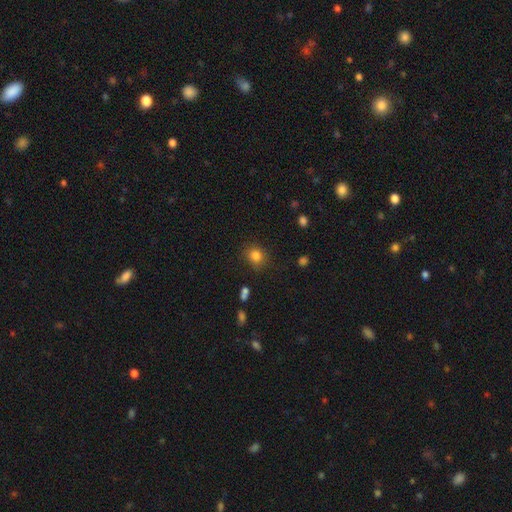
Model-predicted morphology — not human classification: type=smooth (83%); roundness=round (76%); merging=none (82%).